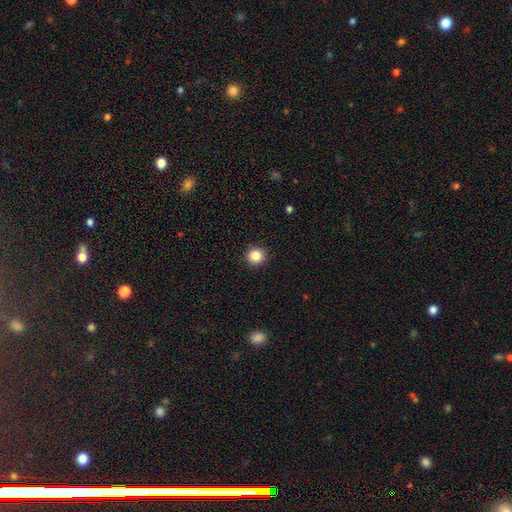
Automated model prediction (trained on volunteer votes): This appears to be a smooth galaxy with no disk features (86%) that is round (95%). Merging: none (93%).